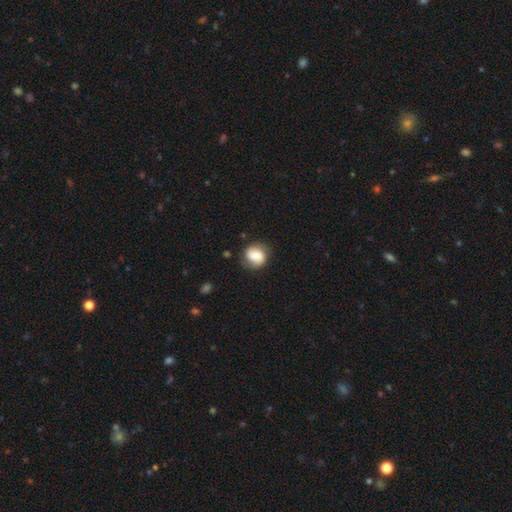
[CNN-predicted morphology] Overall: smooth (60%; featured or disk 31%). How rounded: round (73%). Merging: none (74%).